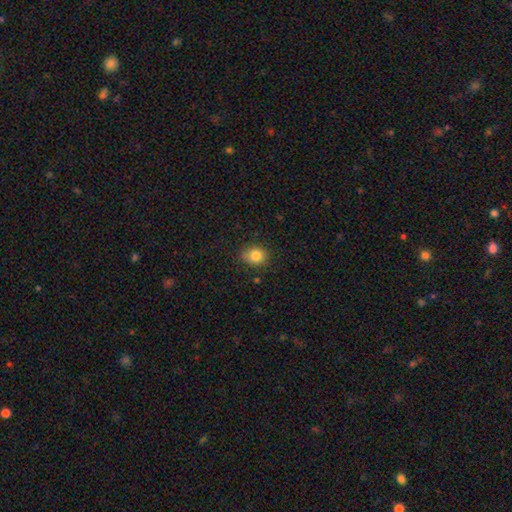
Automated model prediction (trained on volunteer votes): smooth_or_featured: smooth (p=0.83) [alt: star or artifact p=0.10]
how_rounded: round (p=0.64) [alt: in between p=0.35]
merging: none (p=0.79) [alt: minor disturbance p=0.16]